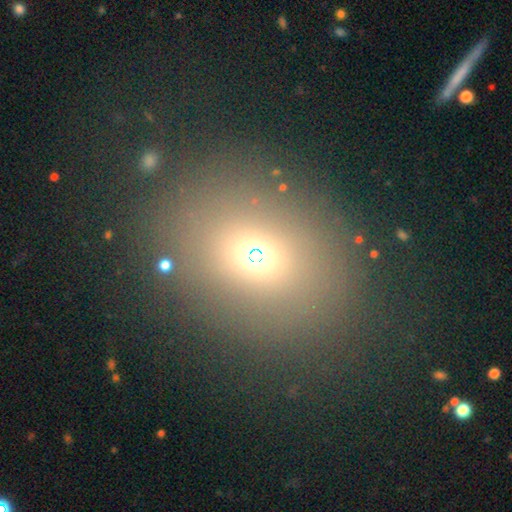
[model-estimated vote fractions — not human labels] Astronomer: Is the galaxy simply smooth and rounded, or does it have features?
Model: smooth — 63%.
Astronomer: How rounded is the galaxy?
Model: in between — 49%, tied with round at 49%.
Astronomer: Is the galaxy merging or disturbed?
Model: none — 71%.